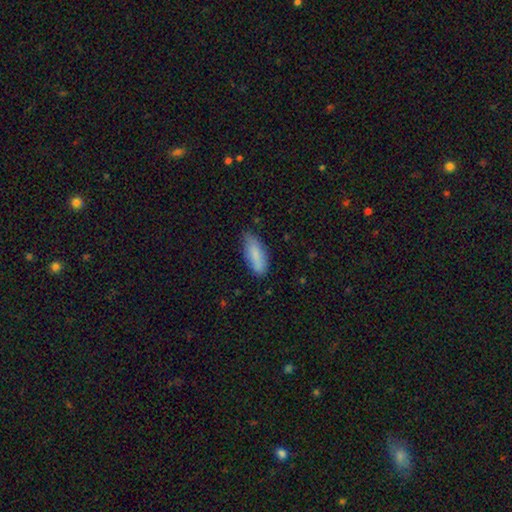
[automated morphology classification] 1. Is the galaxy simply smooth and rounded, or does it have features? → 82% smooth, 11% featured or disk, 6% star or artifact.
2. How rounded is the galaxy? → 74% in between, 24% cigar-shaped, 2% round.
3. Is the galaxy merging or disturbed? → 70% none, 25% minor disturbance, 4% major disturbance, 2% merger.